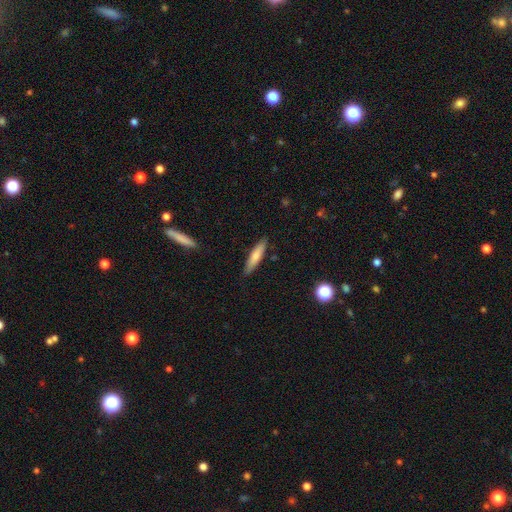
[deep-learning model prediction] Smooth or featured: smooth — 71% (featured or disk — 22%)
How rounded: cigar-shaped — 82% (in between — 17%)
Merging: none — 87% (minor disturbance — 10%)